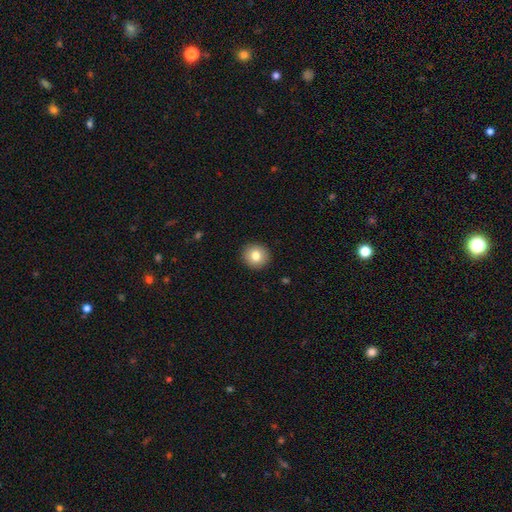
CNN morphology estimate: smooth-or-featured: smooth: 80% | featured or disk: 10% | star or artifact: 10%
  how-rounded: round: 93% | in between: 6% | cigar-shaped: 1%
  merging: none: 93% | minor disturbance: 5% | major disturbance: 2% | merger: 1%